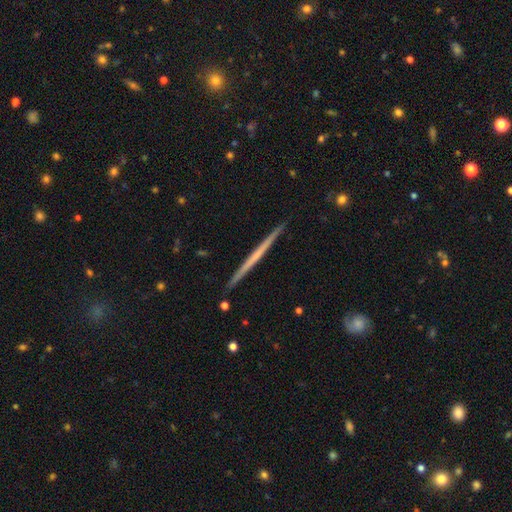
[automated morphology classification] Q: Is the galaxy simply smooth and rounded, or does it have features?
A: featured or disk — 64%.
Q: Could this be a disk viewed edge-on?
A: yes — 98%.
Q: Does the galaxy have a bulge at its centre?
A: none — 88%.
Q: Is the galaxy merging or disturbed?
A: none — 92%.